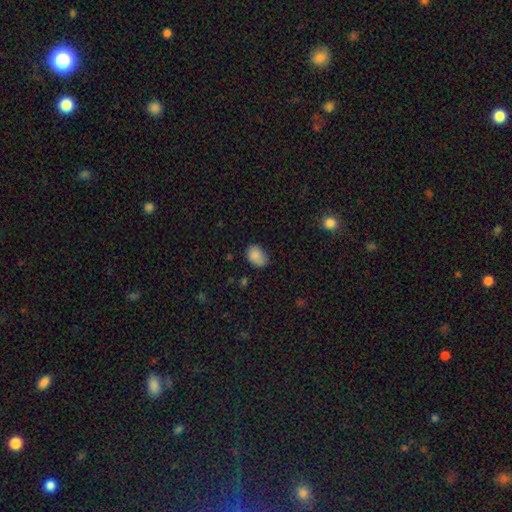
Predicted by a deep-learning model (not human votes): smooth-or-featured: smooth: 85% | star or artifact: 9% | featured or disk: 7%
  how-rounded: in between: 78% | round: 21% | cigar-shaped: 1%
  merging: none: 67% | minor disturbance: 27% | major disturbance: 5% | merger: 2%